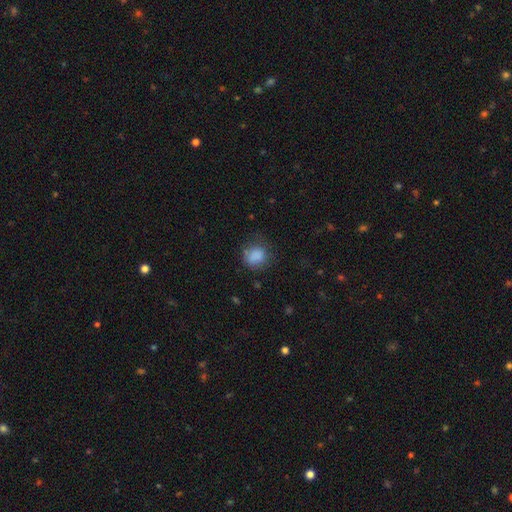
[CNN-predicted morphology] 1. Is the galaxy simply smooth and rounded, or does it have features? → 83% smooth, 10% star or artifact, 7% featured or disk.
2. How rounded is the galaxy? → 65% round, 34% in between, 1% cigar-shaped.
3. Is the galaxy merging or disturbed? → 65% none, 23% minor disturbance, 9% major disturbance, 3% merger.